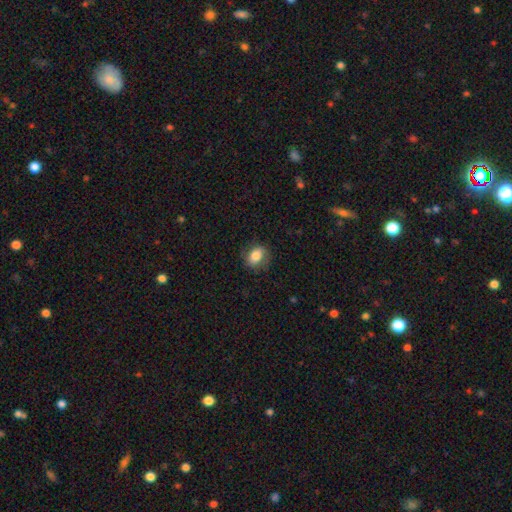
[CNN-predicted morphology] This is likely a smooth galaxy (78%). How rounded: likely in between (62%). Merging: likely none (76%).